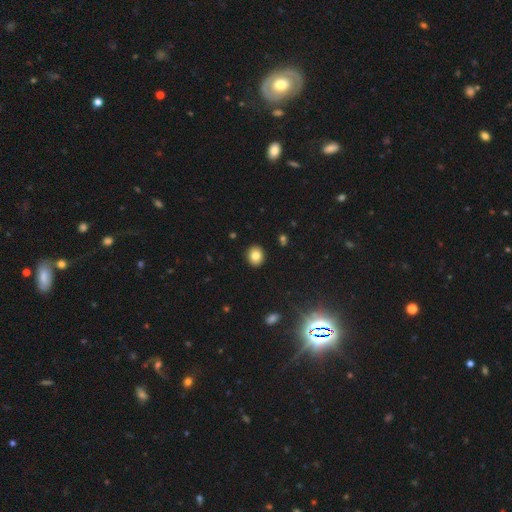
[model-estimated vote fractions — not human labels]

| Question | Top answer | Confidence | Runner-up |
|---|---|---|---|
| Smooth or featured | smooth | 82% | star or artifact (11%) |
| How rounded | round | 77% | in between (22%) |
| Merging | none | 92% | minor disturbance (5%) |